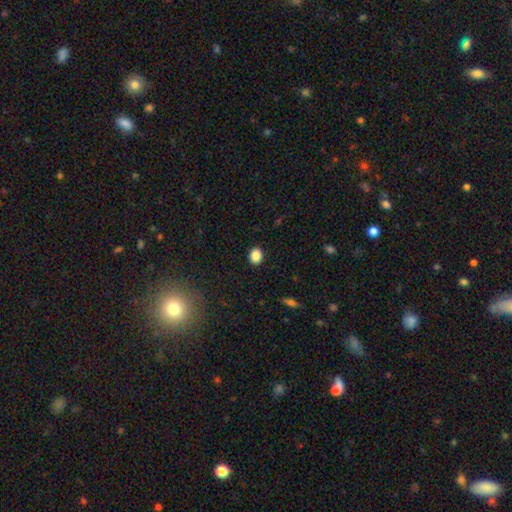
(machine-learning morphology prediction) A smooth galaxy with no disk features (87%) that is round (56%).

Vote fractions:
- Smooth or featured? smooth: 87% / star or artifact: 9% / featured or disk: 4%
- How rounded? round: 56% / in between: 43% / cigar-shaped: 1%
- Merging? none: 90% / minor disturbance: 7% / major disturbance: 2% / merger: 1%